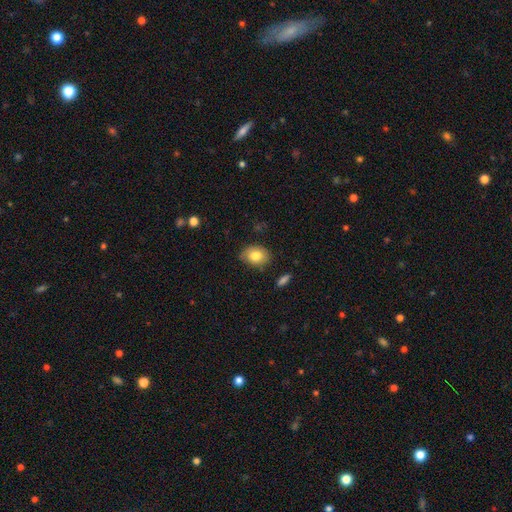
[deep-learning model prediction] smooth 79%, featured or disk 13%, star or artifact 8%. Down the decision tree: how rounded — in between (73%); merging — none (77%).